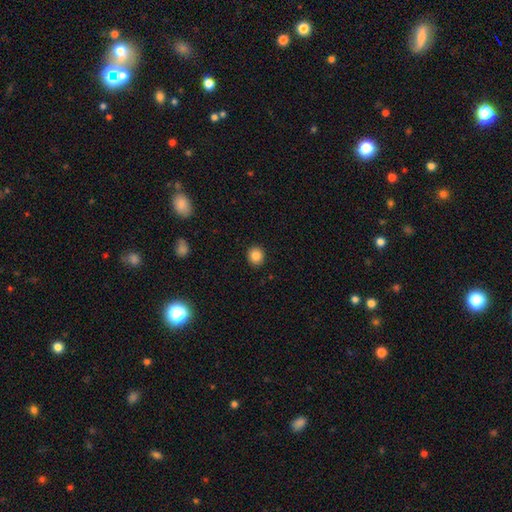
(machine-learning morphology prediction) Smooth or featured? smooth (85%)
How rounded? round (89%)
Merging? none (92%)